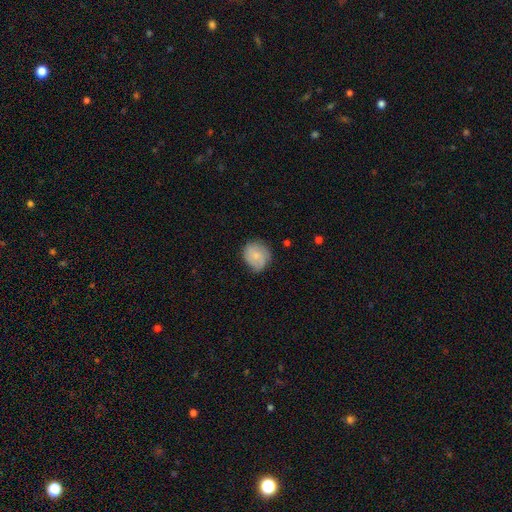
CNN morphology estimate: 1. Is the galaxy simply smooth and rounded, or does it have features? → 71% smooth, 21% featured or disk, 7% star or artifact.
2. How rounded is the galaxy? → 76% round, 23% in between, 1% cigar-shaped.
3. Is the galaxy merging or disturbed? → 65% none, 28% minor disturbance, 6% major disturbance, 1% merger.